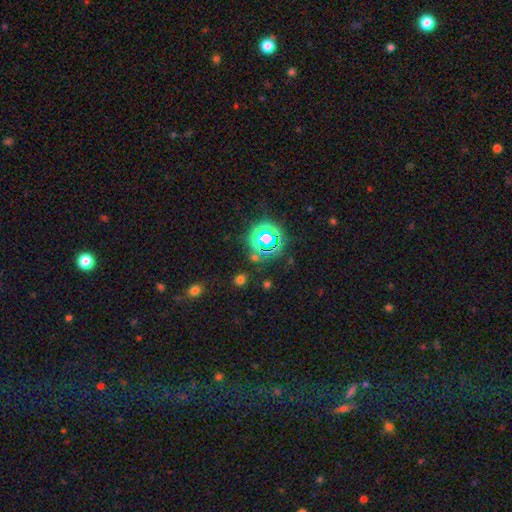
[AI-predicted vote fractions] Smooth or featured? Predicted: star or artifact (p=0.69).